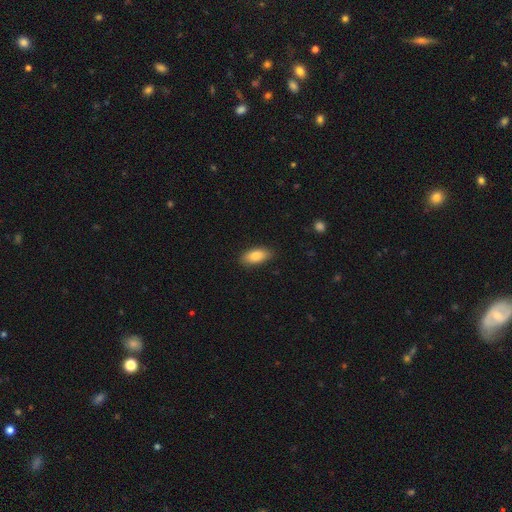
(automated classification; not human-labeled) The model was most divided on "merging": none: 86%, minor disturbance: 11%, major disturbance: 2%, merger: 1%. More confident: how rounded — in between (89%); smooth or featured — smooth (85%).